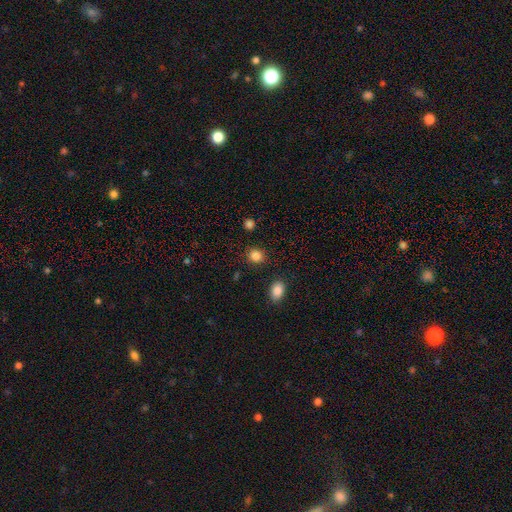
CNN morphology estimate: Smooth or featured? smooth (86%)
How rounded? round (76%)
Merging? none (88%)